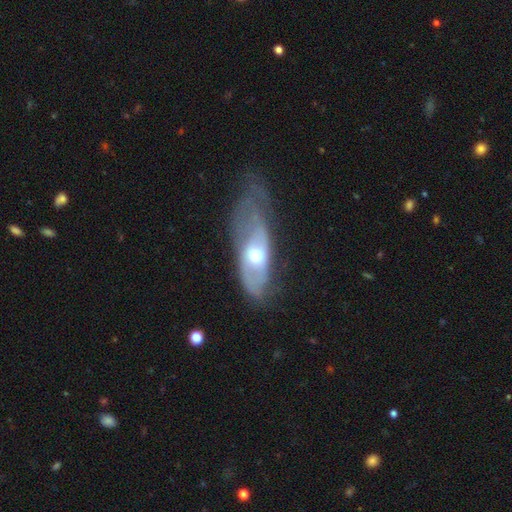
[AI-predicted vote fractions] A featured or disk galaxy (61%). Merging: none (35%).